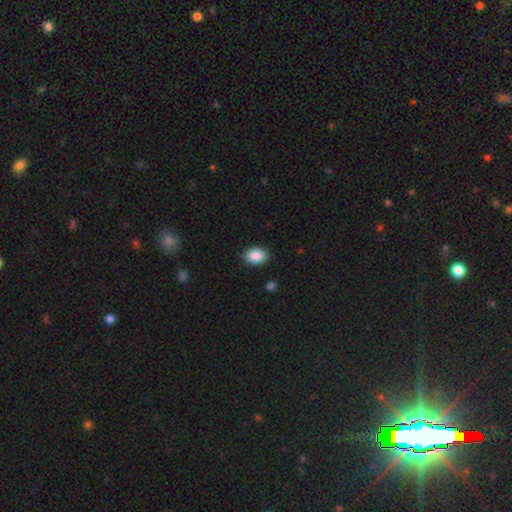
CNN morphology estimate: Smooth or featured: smooth — 89% (star or artifact — 7%)
How rounded: in between — 79% (round — 20%)
Merging: none — 88% (minor disturbance — 8%)